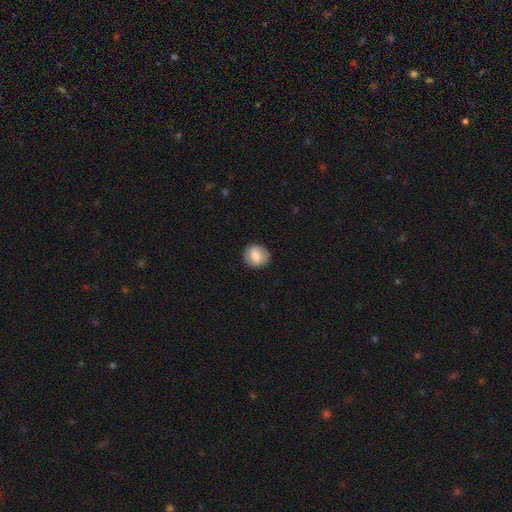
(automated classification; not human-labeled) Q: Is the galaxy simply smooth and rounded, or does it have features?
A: smooth — 75%.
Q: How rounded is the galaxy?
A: round — 79%.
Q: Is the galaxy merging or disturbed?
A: none — 88%.